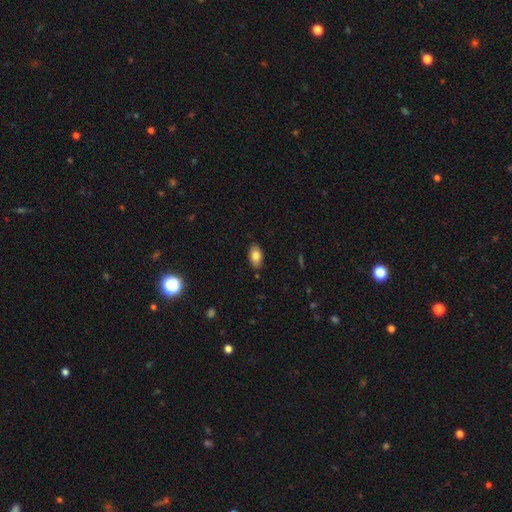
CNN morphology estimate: Smooth or featured: smooth — 82% (featured or disk — 11%)
How rounded: in between — 93% (round — 5%)
Merging: none — 85% (minor disturbance — 12%)